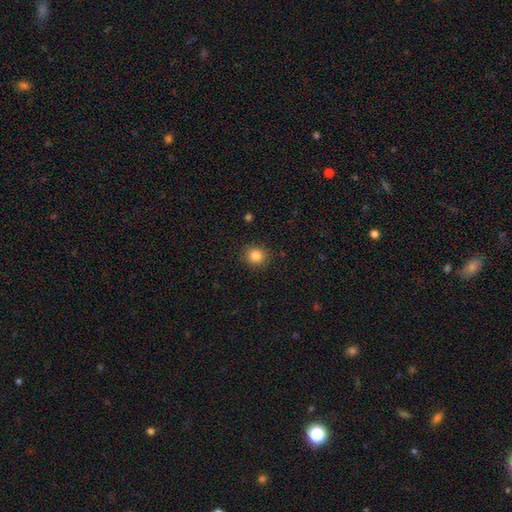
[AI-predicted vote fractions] Smooth or featured? Predicted: smooth (p=0.84). How rounded? Predicted: round (p=0.86). Merging? Predicted: none (p=0.89).